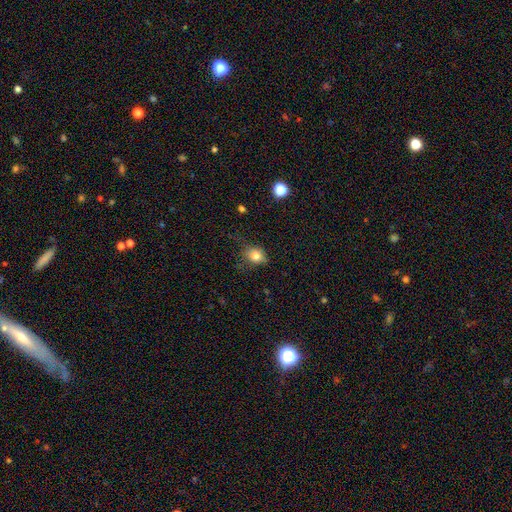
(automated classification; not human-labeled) smooth 79%, star or artifact 11%, featured or disk 9%. Down the decision tree: how rounded — round (54%); merging — none (59%).